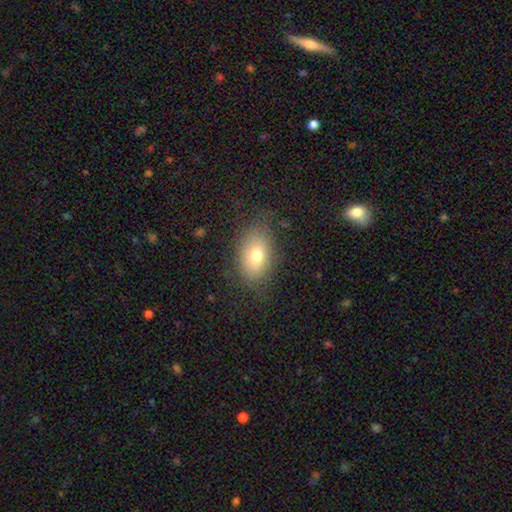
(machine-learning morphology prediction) This is likely a smooth galaxy (74%). How rounded: clearly in between (81%). Merging: likely none (79%).